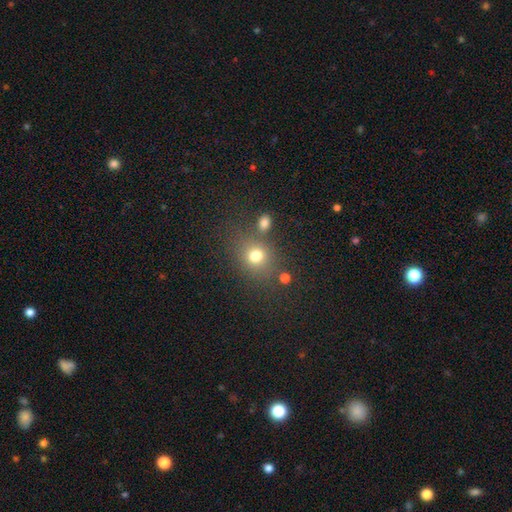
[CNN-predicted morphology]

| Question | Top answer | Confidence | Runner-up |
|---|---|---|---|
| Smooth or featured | smooth | 74% | star or artifact (17%) |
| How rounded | round | 71% | in between (28%) |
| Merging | none | 70% | minor disturbance (12%) |